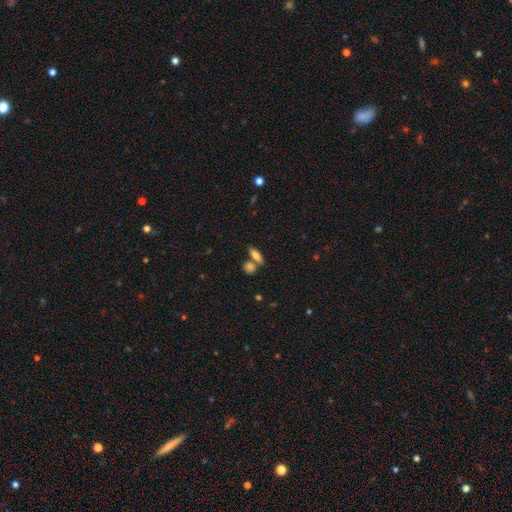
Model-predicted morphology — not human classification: Q: Smooth or featured?
A: smooth (71%); runner-up: featured or disk (20%)
Q: How rounded?
A: in between (59%); runner-up: cigar-shaped (33%)
Q: Merging?
A: none (58%); runner-up: merger (28%)